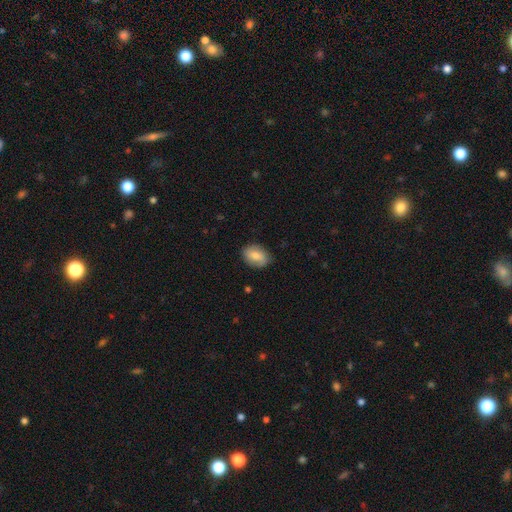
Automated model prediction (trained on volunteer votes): The model was most divided on "how rounded": in between: 75%, round: 23%, cigar-shaped: 1%. More confident: merging — none (82%); smooth or featured — smooth (76%).